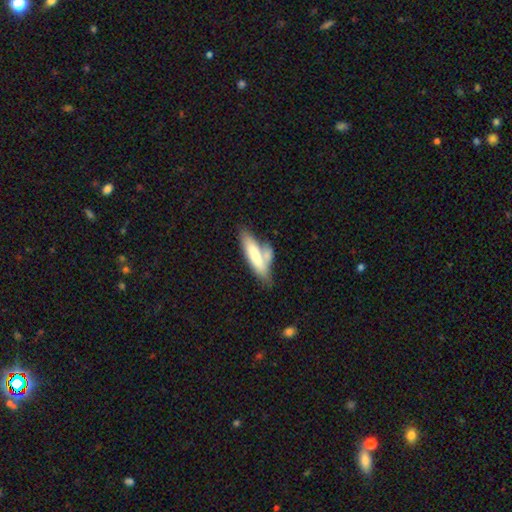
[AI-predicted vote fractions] smooth_or_featured: smooth (p=0.69) [alt: featured or disk p=0.25]
how_rounded: cigar-shaped (p=0.60) [alt: in between p=0.38]
merging: merger (p=0.40) [alt: none p=0.35]